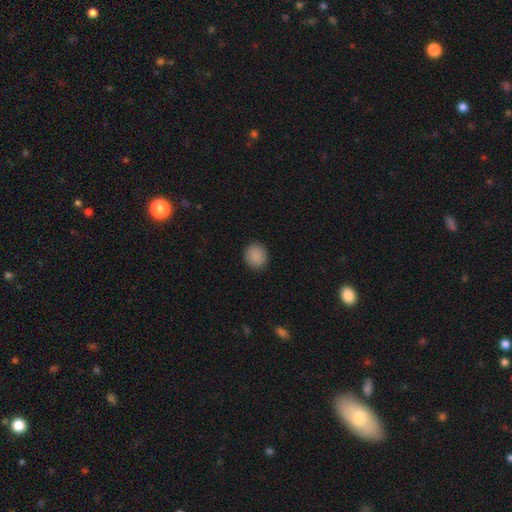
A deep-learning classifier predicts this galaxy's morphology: Overall: smooth (89%). How rounded: round (88%). Merging: none (91%).